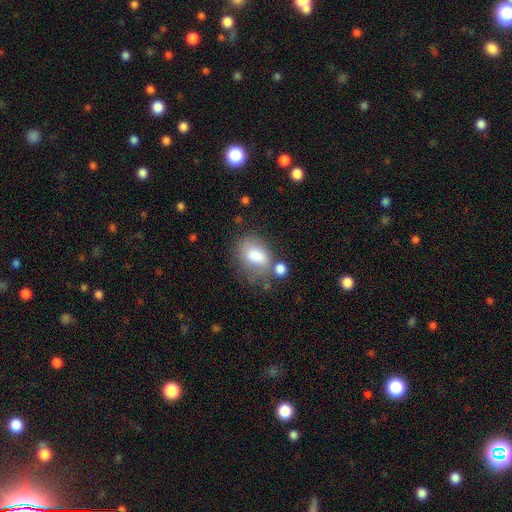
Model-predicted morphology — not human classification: This is likely a smooth galaxy (79%). How rounded: likely in between (79%). Merging: possibly none (46%).